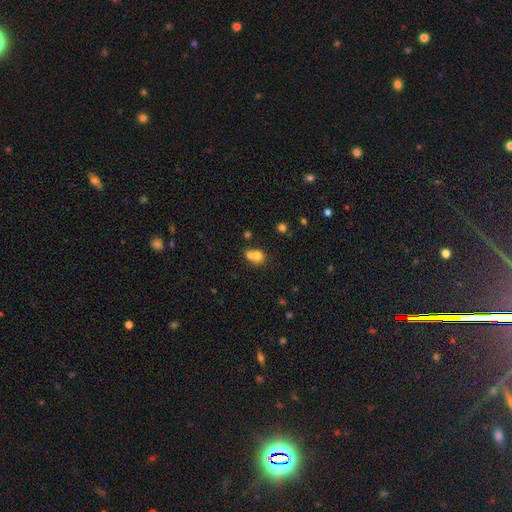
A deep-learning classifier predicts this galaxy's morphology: Smooth or featured?
  - smooth: 71% *
  - featured or disk: 17%
  - star or artifact: 12%
How rounded?
  - round: 72% *
  - in between: 27%
  - cigar-shaped: 1%
Merging?
  - merger: 62% *
  - none: 29%
  - minor disturbance: 6%
  - major disturbance: 3%